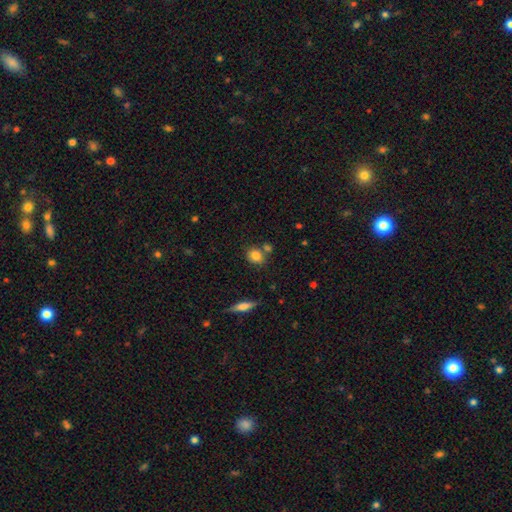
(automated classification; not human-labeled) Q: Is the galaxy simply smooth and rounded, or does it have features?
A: smooth — 81%.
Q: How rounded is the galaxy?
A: round — 58%.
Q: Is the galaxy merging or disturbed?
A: none — 68%.